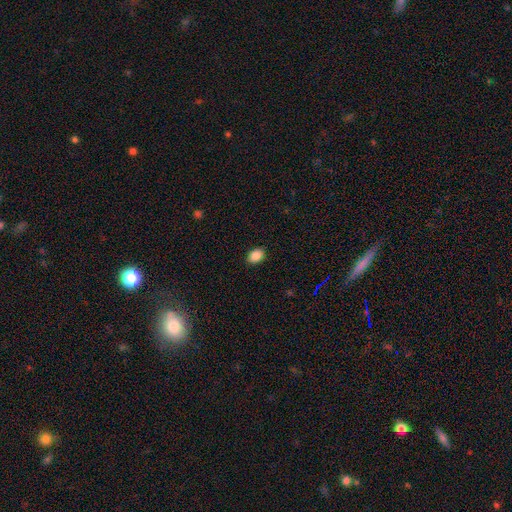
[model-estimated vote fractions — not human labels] smooth 88%, star or artifact 8%, featured or disk 3%. Down the decision tree: how rounded — in between (75%); merging — none (89%).